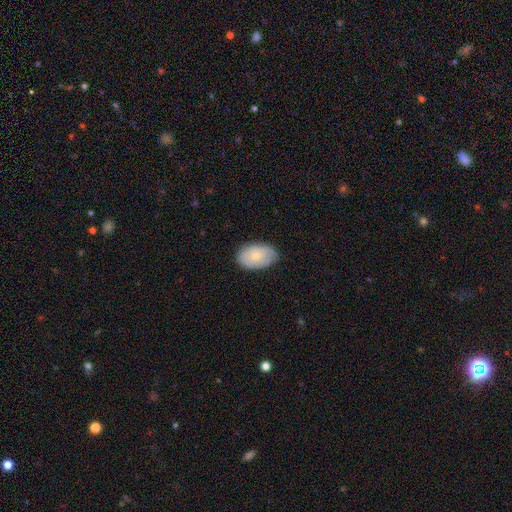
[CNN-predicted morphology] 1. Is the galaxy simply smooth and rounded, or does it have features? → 73% smooth, 21% featured or disk, 6% star or artifact.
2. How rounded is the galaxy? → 91% in between, 8% round, 1% cigar-shaped.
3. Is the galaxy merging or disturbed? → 83% none, 13% minor disturbance, 3% major disturbance, 1% merger.